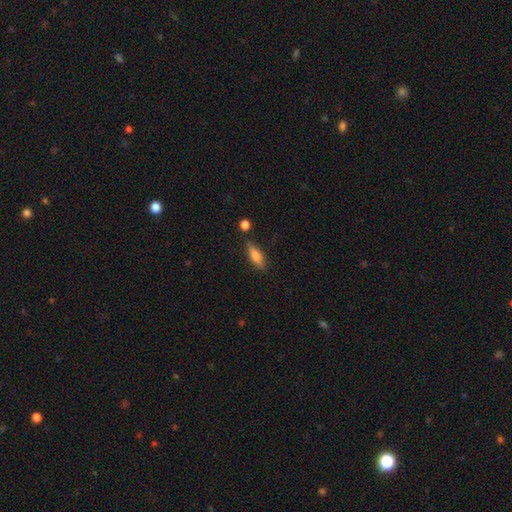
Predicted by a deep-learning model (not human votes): This appears to be a smooth galaxy with no disk features (66%) that is cigar-shaped (49%). Merging: none (82%).